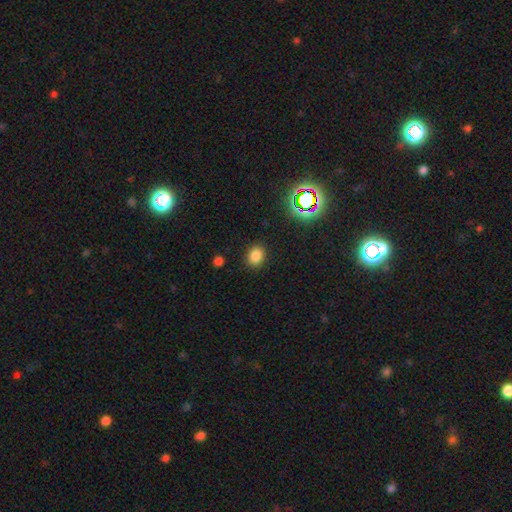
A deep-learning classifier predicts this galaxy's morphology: Smooth or featured? Predicted: smooth (p=0.81). How rounded? Predicted: round (p=0.53). Merging? Predicted: none (p=0.88).